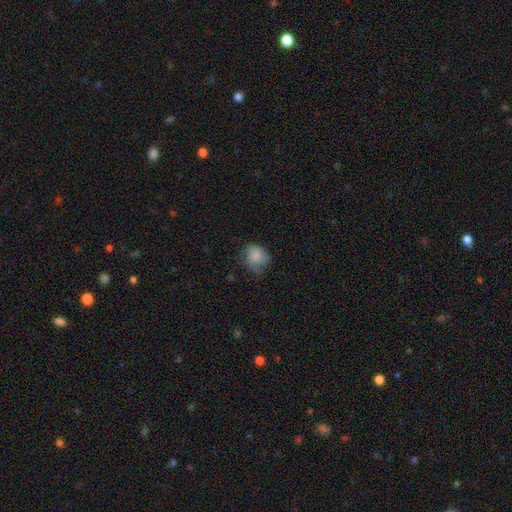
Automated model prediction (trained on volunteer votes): Q: Smooth or featured?
A: smooth (72%); runner-up: featured or disk (20%)
Q: How rounded?
A: round (59%); runner-up: in between (40%)
Q: Merging?
A: none (48%); runner-up: minor disturbance (33%)